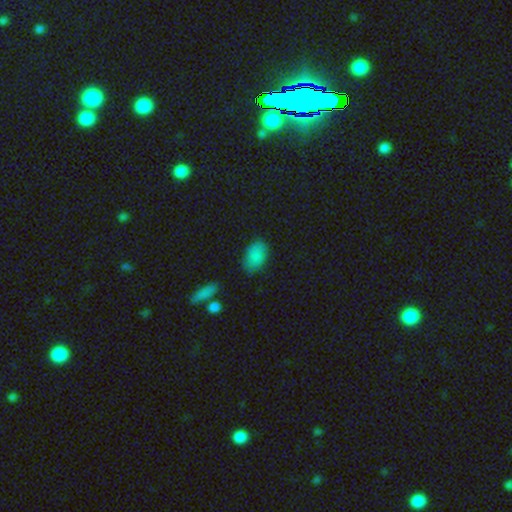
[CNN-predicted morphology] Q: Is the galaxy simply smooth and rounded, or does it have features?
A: smooth — 85%.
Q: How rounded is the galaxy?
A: in between — 88%.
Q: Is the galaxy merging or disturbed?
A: none — 79%.